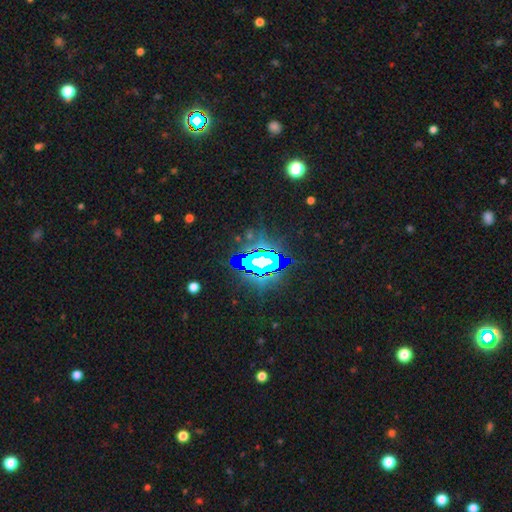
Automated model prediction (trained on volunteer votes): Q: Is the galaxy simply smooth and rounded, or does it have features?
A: star or artifact — 76%.